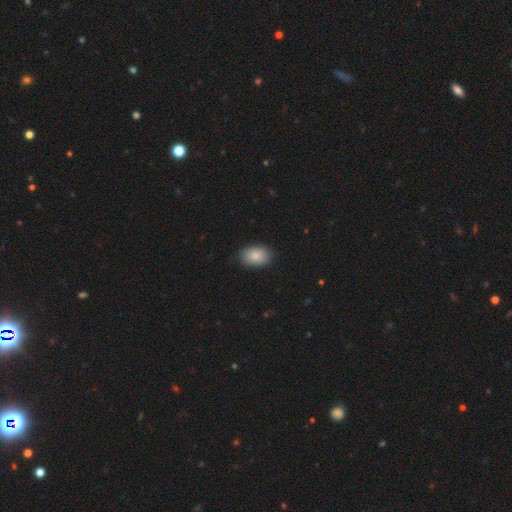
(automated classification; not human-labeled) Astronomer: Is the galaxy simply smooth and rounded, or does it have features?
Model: smooth — 86%.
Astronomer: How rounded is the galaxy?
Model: in between — 86%.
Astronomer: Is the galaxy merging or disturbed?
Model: none — 86%.